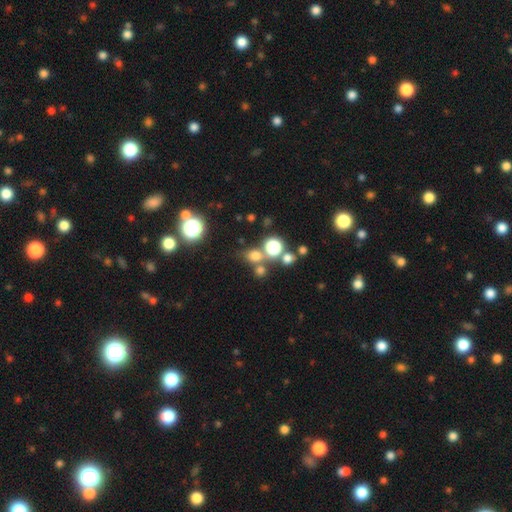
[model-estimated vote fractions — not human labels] A smooth galaxy with no disk features (66%) that is round (78%).

Vote fractions:
- Smooth or featured? smooth: 66% / star or artifact: 25% / featured or disk: 9%
- How rounded? round: 78% / in between: 21% / cigar-shaped: 1%
- Merging? none: 62% / merger: 23% / minor disturbance: 10% / major disturbance: 5%